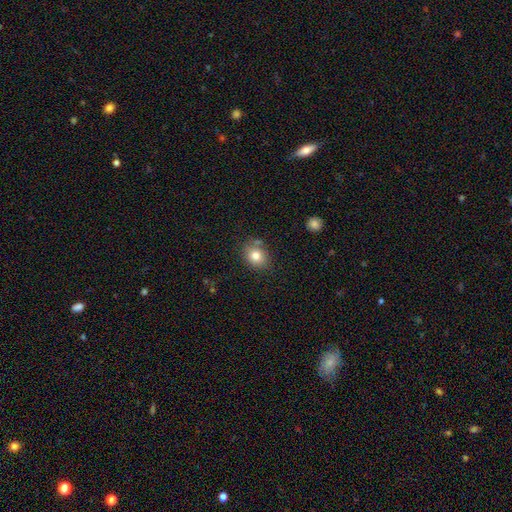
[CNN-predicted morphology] Q: Smooth or featured?
A: smooth (80%); runner-up: star or artifact (10%)
Q: How rounded?
A: round (57%); runner-up: in between (42%)
Q: Merging?
A: none (74%); runner-up: minor disturbance (15%)